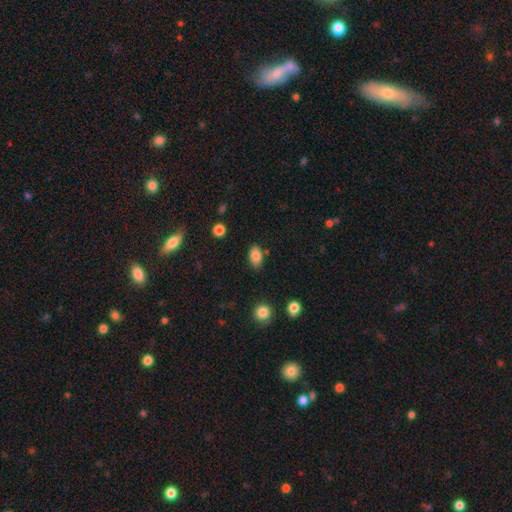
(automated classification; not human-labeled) Smooth or featured?
  - smooth: 84% *
  - star or artifact: 9%
  - featured or disk: 7%
How rounded?
  - in between: 89% *
  - round: 9%
  - cigar-shaped: 2%
Merging?
  - none: 79% *
  - minor disturbance: 14%
  - merger: 4%
  - major disturbance: 3%